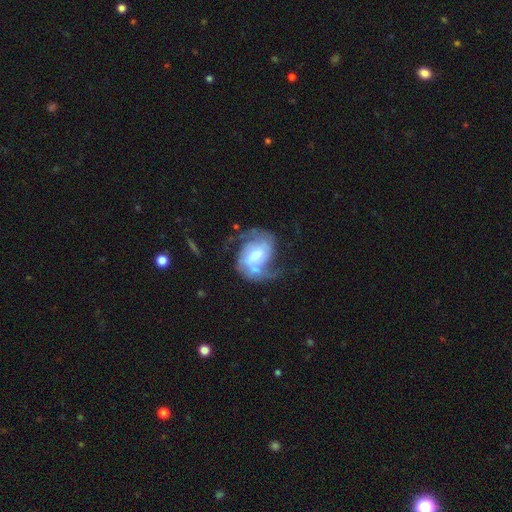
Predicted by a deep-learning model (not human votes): This appears to be a featured or disk galaxy (83%) with a weak bar (47%), 2 (82%) medium (46%) spiral arms (95%) and a moderate central bulge (51%). Merging: none (56%).